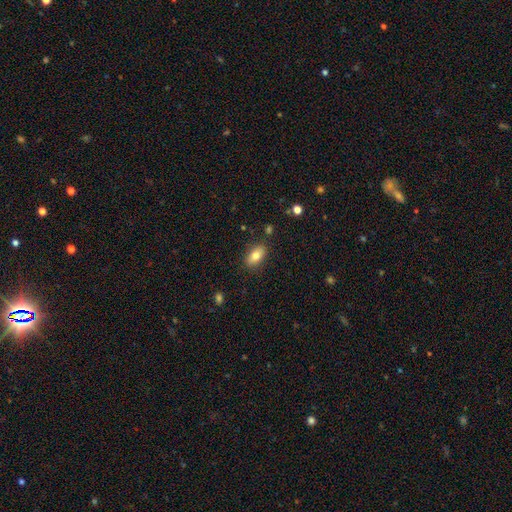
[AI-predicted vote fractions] Smooth or featured?
  - smooth: 78% *
  - featured or disk: 14%
  - star or artifact: 8%
How rounded?
  - in between: 88% *
  - round: 6%
  - cigar-shaped: 5%
Merging?
  - none: 85% *
  - minor disturbance: 10%
  - major disturbance: 2%
  - merger: 2%